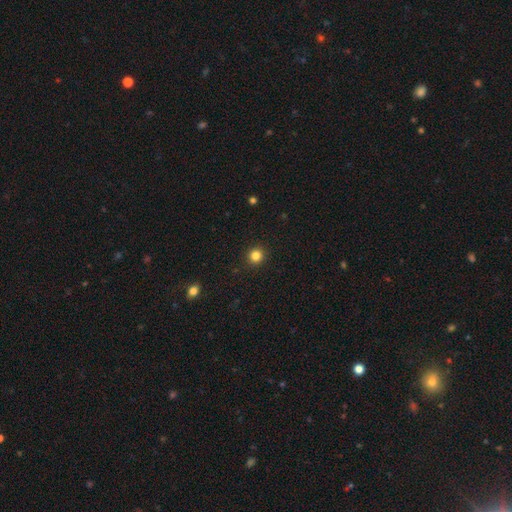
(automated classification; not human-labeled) This appears to be a smooth galaxy with no disk features (84%) that is round (93%). Merging: none (92%).